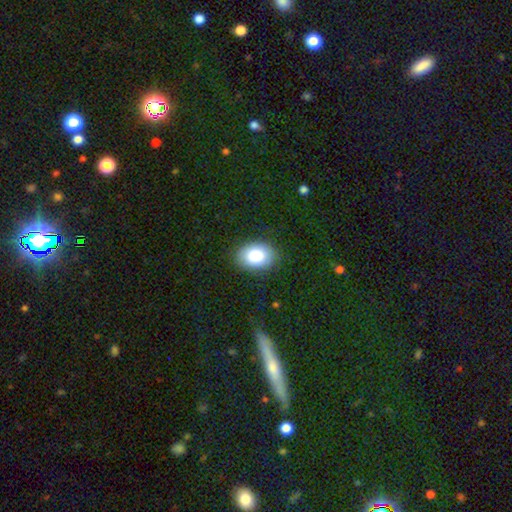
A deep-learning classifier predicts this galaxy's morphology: smooth 87%, star or artifact 7%, featured or disk 6%. Down the decision tree: how rounded — in between (82%); merging — none (85%).